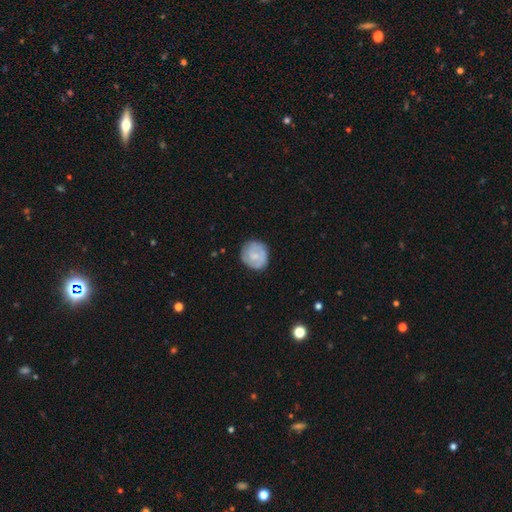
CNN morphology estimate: smooth_or_featured: featured or disk (p=0.48) [alt: smooth p=0.45]
merging: none (p=0.79) [alt: minor disturbance p=0.16]